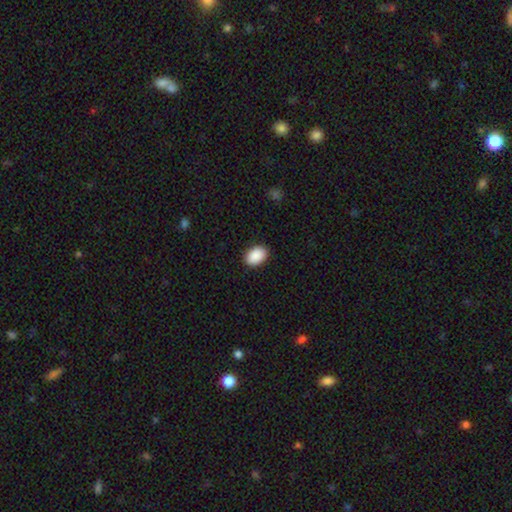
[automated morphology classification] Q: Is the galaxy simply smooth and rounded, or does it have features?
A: smooth — 91%.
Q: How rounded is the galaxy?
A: in between — 87%.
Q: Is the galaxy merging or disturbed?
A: none — 90%.